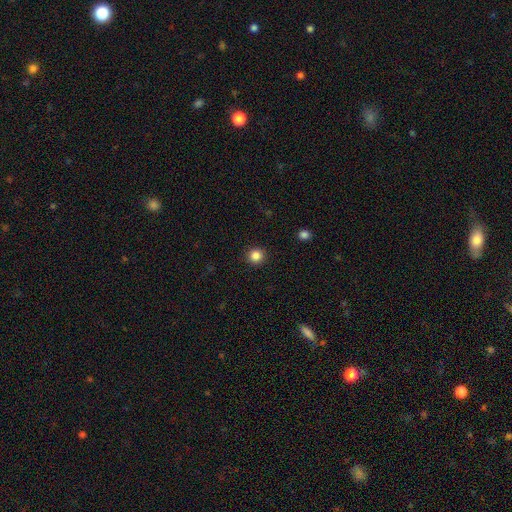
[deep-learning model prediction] Smooth or featured? smooth (85%)
How rounded? round (94%)
Merging? none (92%)